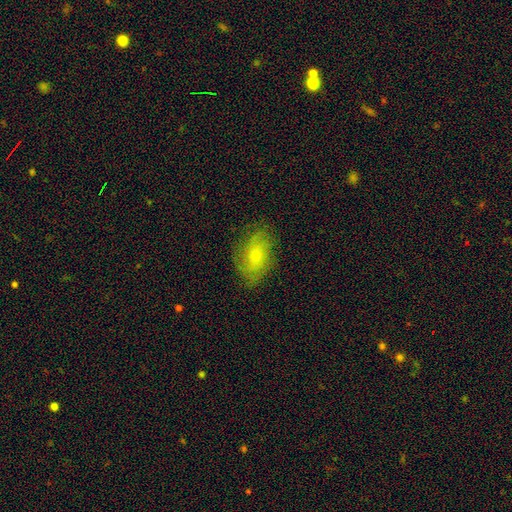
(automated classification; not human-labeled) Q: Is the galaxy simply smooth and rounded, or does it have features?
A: smooth — 52%.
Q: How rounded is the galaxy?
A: in between — 85%.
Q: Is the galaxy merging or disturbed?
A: none — 76%.